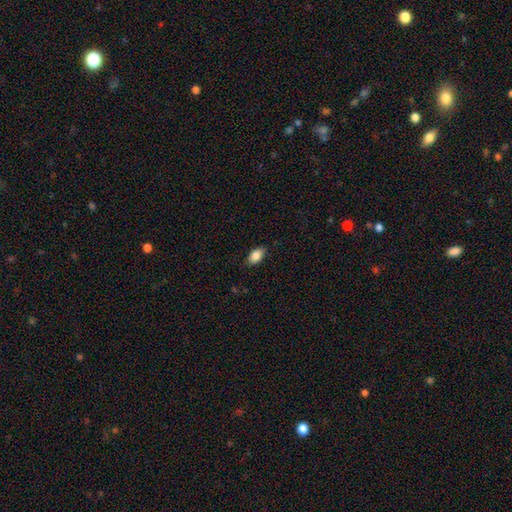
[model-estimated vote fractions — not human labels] smooth 86%, star or artifact 7%, featured or disk 7%. Down the decision tree: how rounded — in between (92%); merging — none (85%).